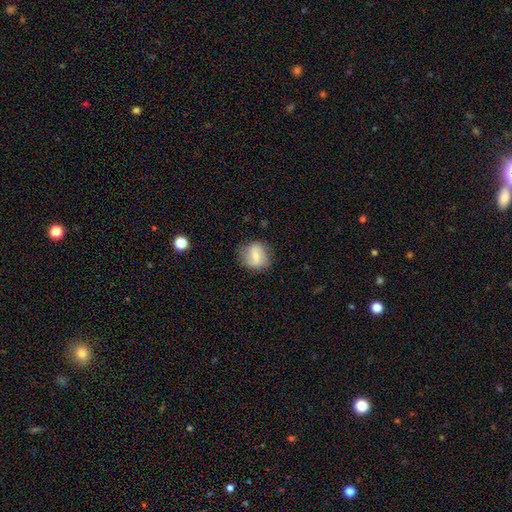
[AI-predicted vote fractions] This appears to be a smooth galaxy with no disk features (54%) that is round (75%). Merging: none (76%).